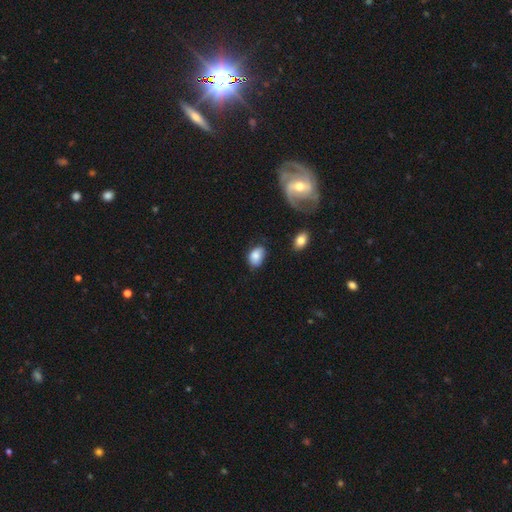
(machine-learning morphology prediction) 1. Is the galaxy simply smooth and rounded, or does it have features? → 83% smooth, 10% featured or disk, 7% star or artifact.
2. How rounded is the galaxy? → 81% in between, 18% round, 1% cigar-shaped.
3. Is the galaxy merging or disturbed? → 65% none, 26% minor disturbance, 6% major disturbance, 3% merger.